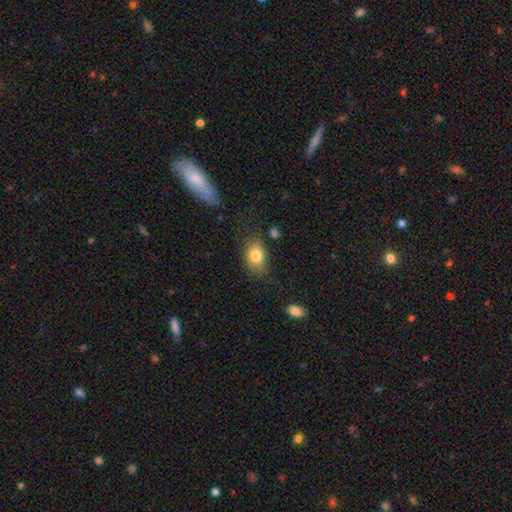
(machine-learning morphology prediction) Smooth or featured? smooth (81%)
How rounded? in between (78%)
Merging? none (74%)